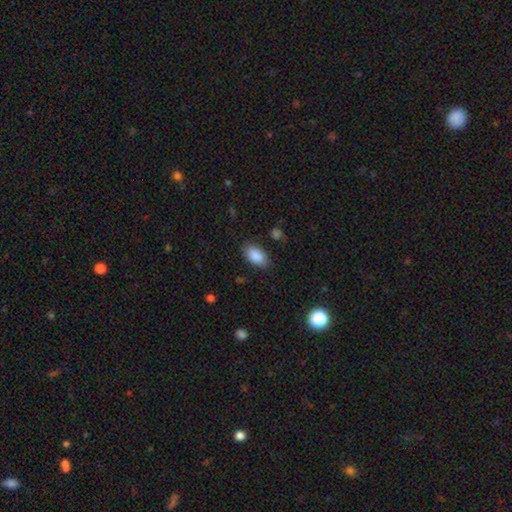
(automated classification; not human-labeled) Smooth or featured?
  - smooth: 89% *
  - star or artifact: 7%
  - featured or disk: 4%
How rounded?
  - in between: 94% *
  - round: 4%
  - cigar-shaped: 2%
Merging?
  - none: 84% *
  - minor disturbance: 11%
  - major disturbance: 3%
  - merger: 1%